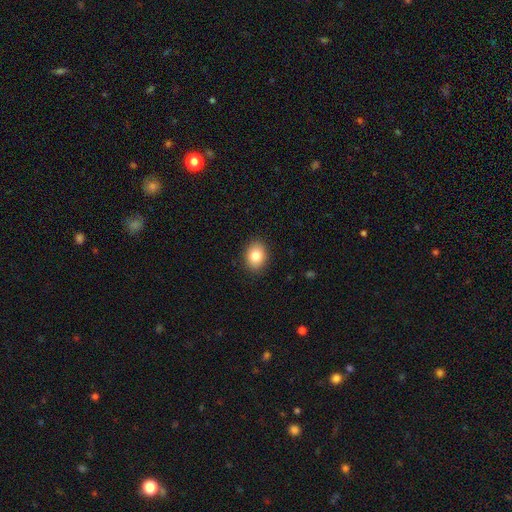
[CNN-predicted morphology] This appears to be a smooth galaxy with no disk features (83%) that is in between round and cigar-shaped (60%). Merging: none (90%).